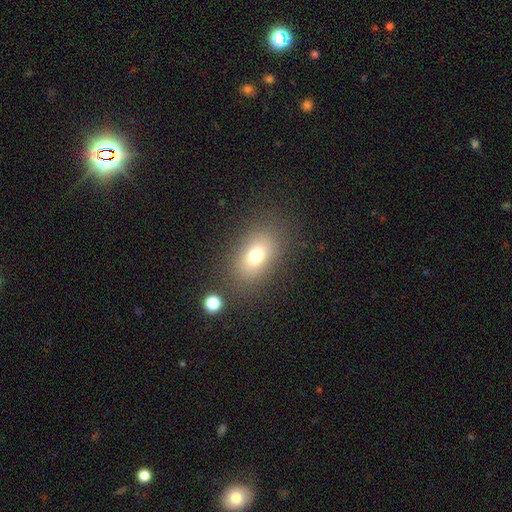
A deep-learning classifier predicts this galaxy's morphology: Smooth or featured: smooth — 72% (featured or disk — 14%)
How rounded: in between — 80% (round — 18%)
Merging: none — 81% (minor disturbance — 11%)